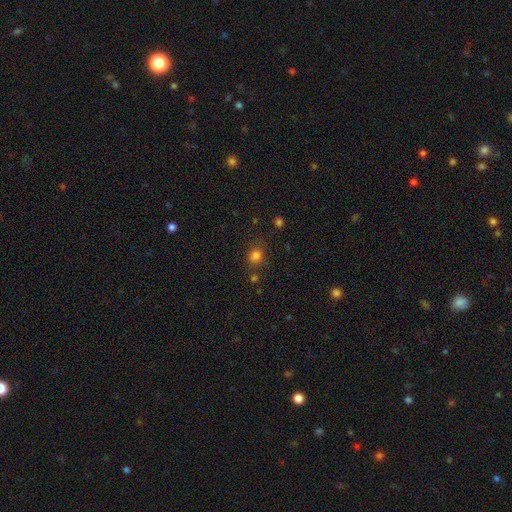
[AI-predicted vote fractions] Smooth or featured: smooth — 77% (star or artifact — 17%)
How rounded: round — 75% (in between — 24%)
Merging: none — 71% (minor disturbance — 15%)